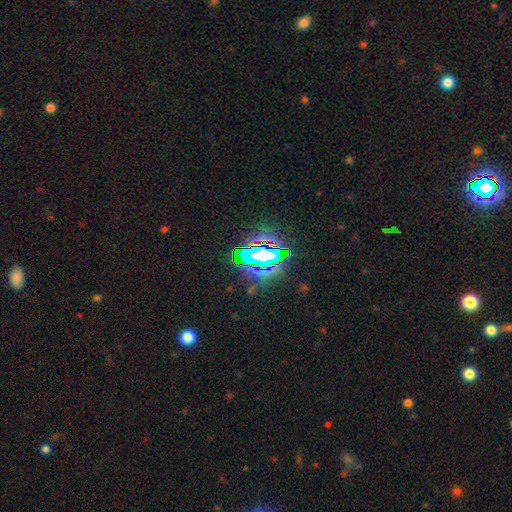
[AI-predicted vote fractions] A star or artifact, not a galaxy (75%).